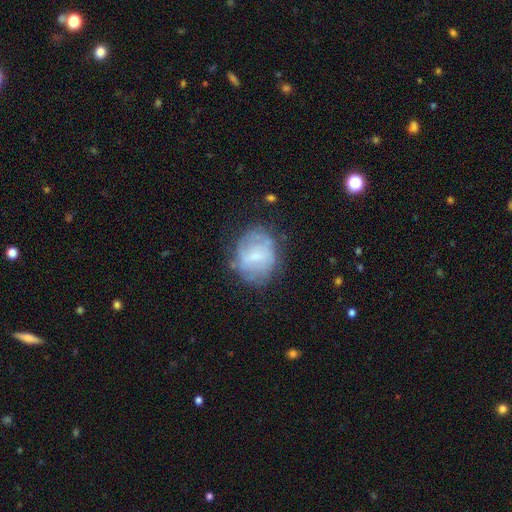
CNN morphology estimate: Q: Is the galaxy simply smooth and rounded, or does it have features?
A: featured or disk — 47%.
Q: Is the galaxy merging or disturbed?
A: none — 65%.